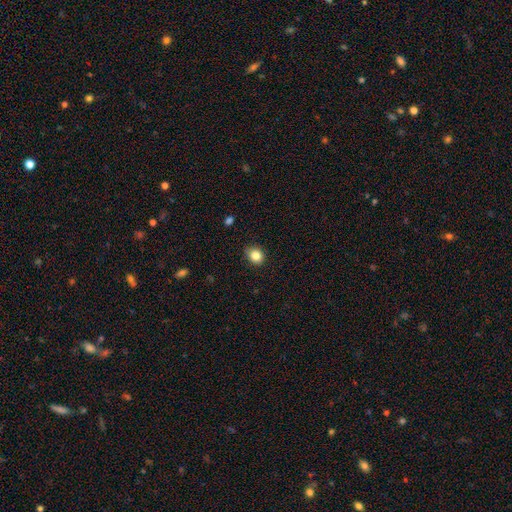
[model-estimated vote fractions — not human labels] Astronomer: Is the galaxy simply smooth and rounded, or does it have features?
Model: smooth — 84%.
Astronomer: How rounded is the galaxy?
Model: round — 69%.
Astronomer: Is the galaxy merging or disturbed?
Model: none — 84%.